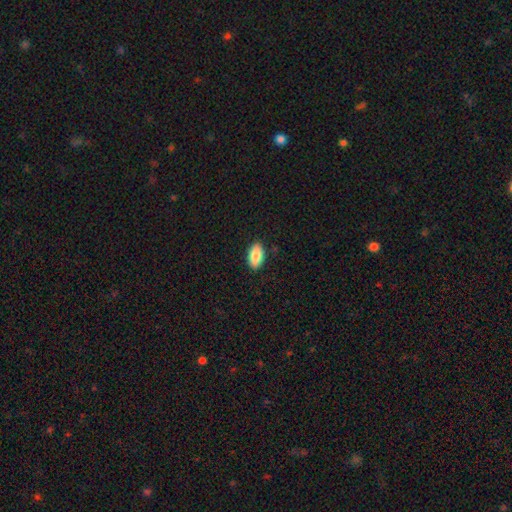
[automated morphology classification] This appears to be a smooth galaxy with no disk features (87%) that is in between round and cigar-shaped (94%). Merging: none (88%).